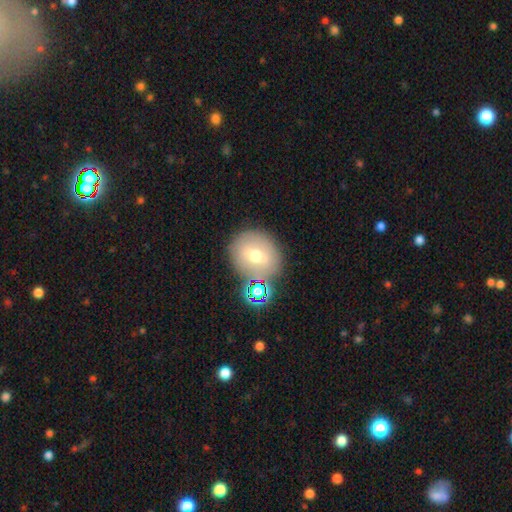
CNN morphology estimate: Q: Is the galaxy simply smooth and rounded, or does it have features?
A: smooth — 57%.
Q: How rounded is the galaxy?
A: round — 65%.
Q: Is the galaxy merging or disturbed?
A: none — 74%.